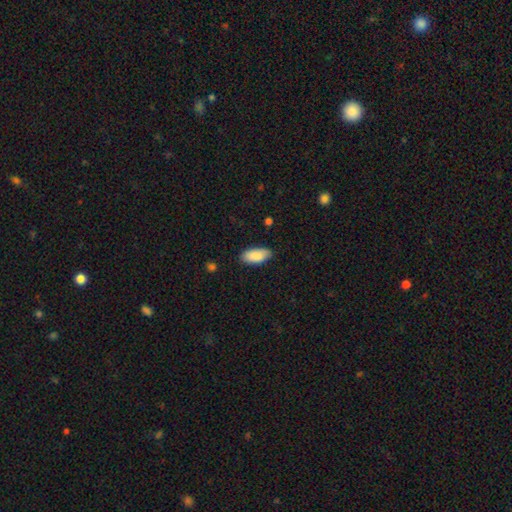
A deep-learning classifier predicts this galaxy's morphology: Smooth or featured: smooth — 89% (star or artifact — 6%)
How rounded: in between — 91% (cigar-shaped — 7%)
Merging: none — 85% (minor disturbance — 12%)